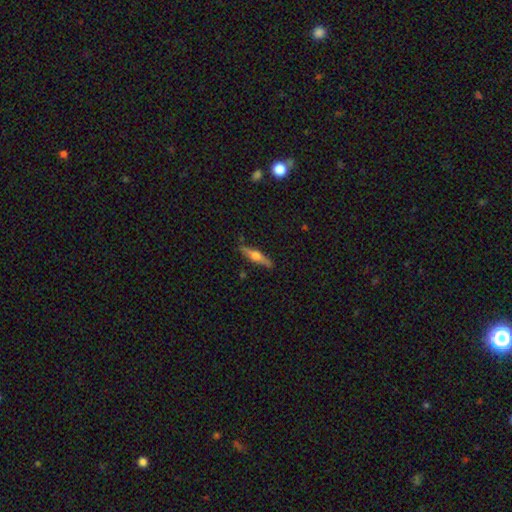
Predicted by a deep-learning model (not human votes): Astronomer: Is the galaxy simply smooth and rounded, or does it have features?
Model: featured or disk — 63%.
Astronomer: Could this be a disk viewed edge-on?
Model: yes — 97%.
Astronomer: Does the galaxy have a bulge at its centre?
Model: rounded — 90%.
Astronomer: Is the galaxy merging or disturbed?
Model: none — 87%.